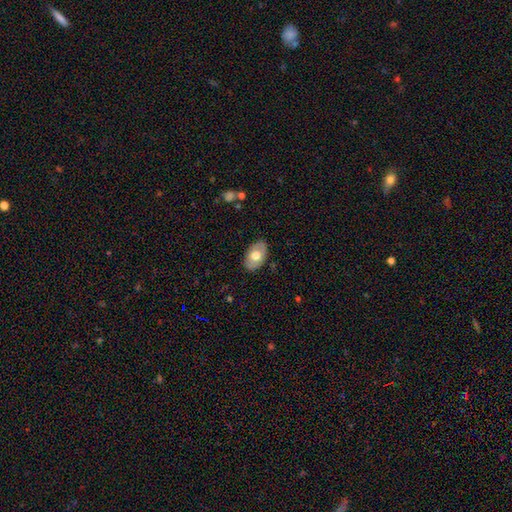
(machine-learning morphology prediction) This is likely a smooth galaxy (60%). How rounded: clearly in between (89%). Merging: clearly none (84%).